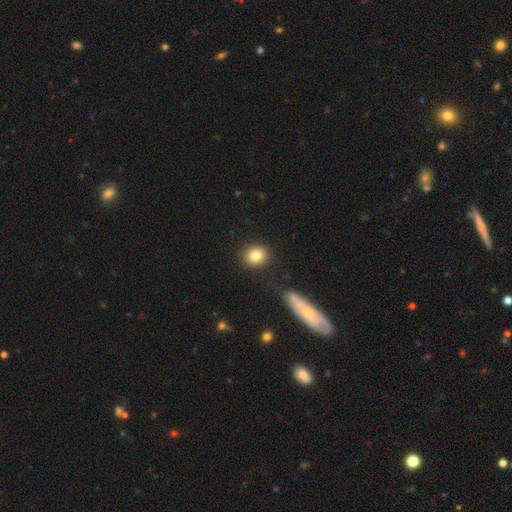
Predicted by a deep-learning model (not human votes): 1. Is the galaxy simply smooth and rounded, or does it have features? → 83% smooth, 9% star or artifact, 8% featured or disk.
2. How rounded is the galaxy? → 69% round, 30% in between, 1% cigar-shaped.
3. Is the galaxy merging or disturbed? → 87% none, 8% minor disturbance, 3% merger, 3% major disturbance.